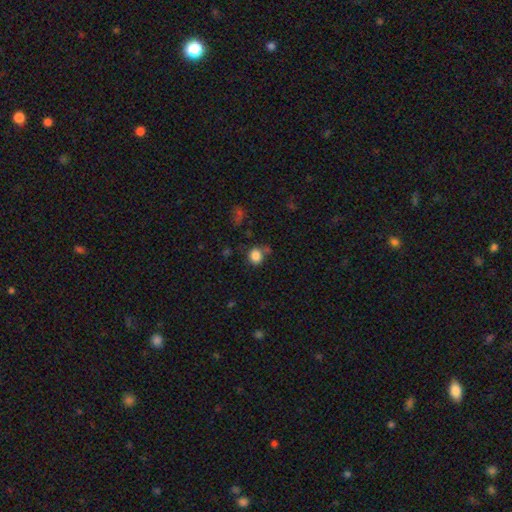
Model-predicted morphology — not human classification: Q: Smooth or featured?
A: smooth (84%); runner-up: star or artifact (11%)
Q: How rounded?
A: round (77%); runner-up: in between (22%)
Q: Merging?
A: none (69%); runner-up: minor disturbance (16%)